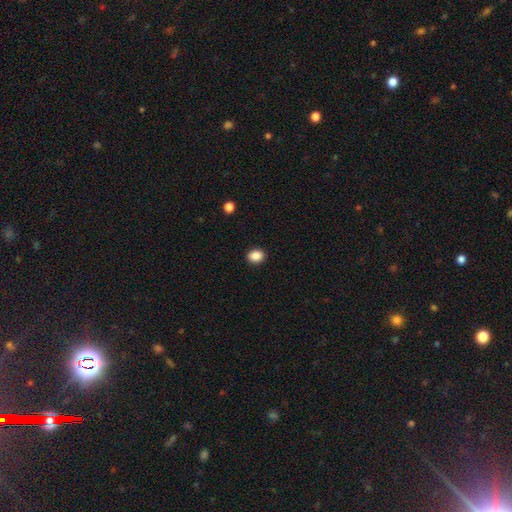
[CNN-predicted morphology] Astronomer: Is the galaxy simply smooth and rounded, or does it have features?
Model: smooth — 88%.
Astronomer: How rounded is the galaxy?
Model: round — 56% (runner-up: in between, 43%).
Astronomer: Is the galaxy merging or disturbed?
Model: none — 92%.